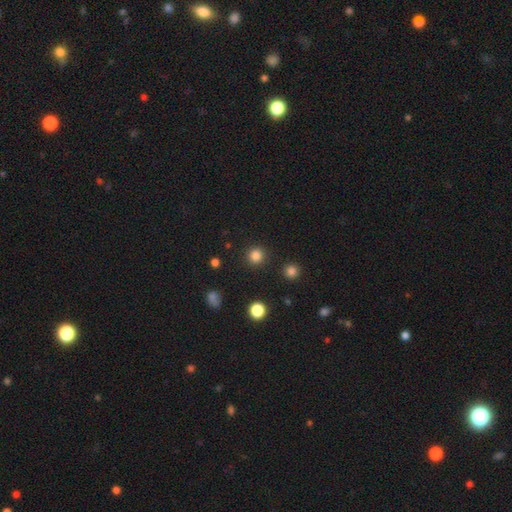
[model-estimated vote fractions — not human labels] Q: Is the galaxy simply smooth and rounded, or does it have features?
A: smooth — 83%.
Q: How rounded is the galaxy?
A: round — 94%.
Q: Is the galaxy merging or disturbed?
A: none — 91%.